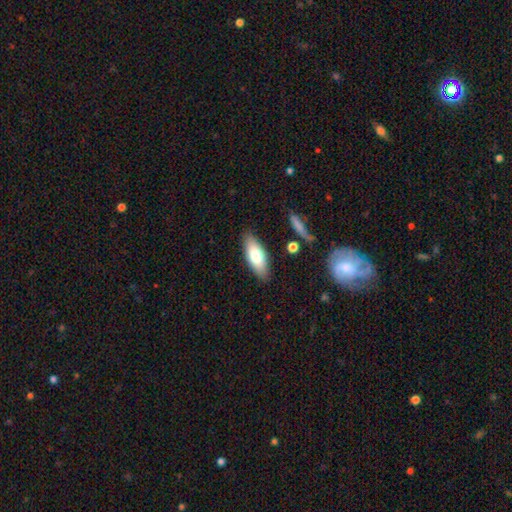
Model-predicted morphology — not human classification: A smooth galaxy with no disk features (70%) that is in between round and cigar-shaped (79%). Merging: none (85%).